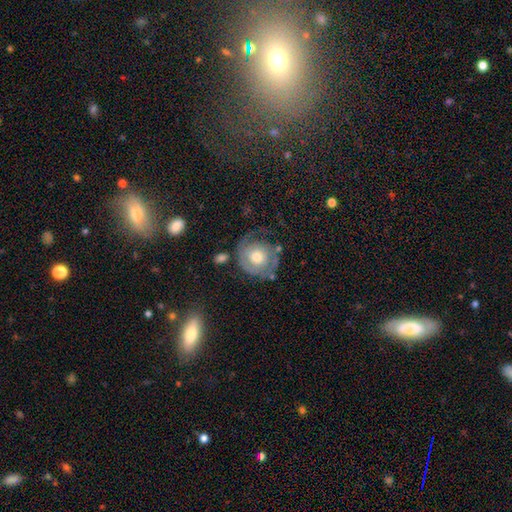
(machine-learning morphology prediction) type=featured or disk (68%); edge-on=no (97%); bar=no (82%); spiral arms=yes (81%); winding=tight (63%); arm count=2 (38%); bulge=moderate (68%); merging=none (58%).